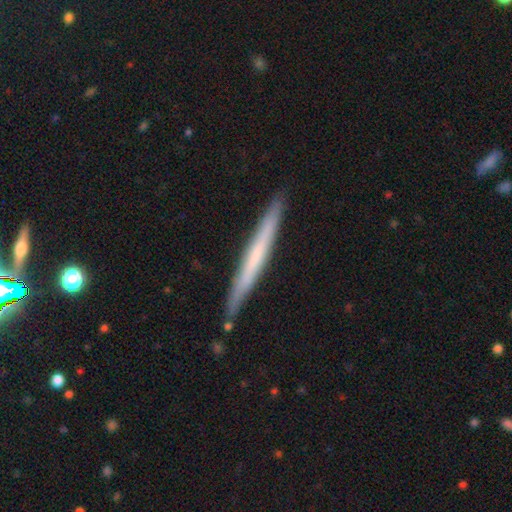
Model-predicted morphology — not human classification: smooth 48%, featured or disk 47%, star or artifact 6%. Down the decision tree: merging — none (88%).